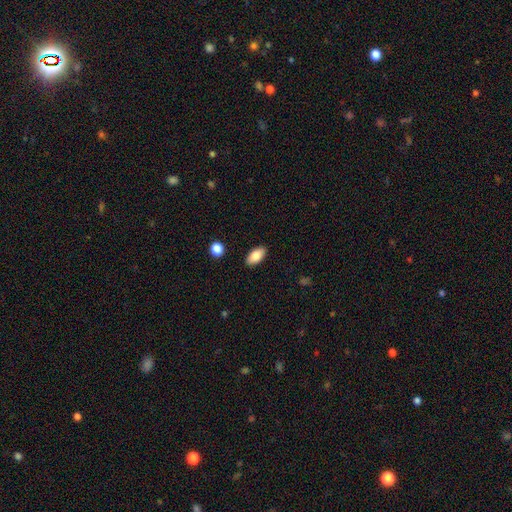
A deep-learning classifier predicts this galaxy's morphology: smooth-or-featured: smooth: 84% | featured or disk: 9% | star or artifact: 7%
  how-rounded: in between: 93% | cigar-shaped: 4% | round: 3%
  merging: none: 89% | minor disturbance: 8% | major disturbance: 2% | merger: 1%